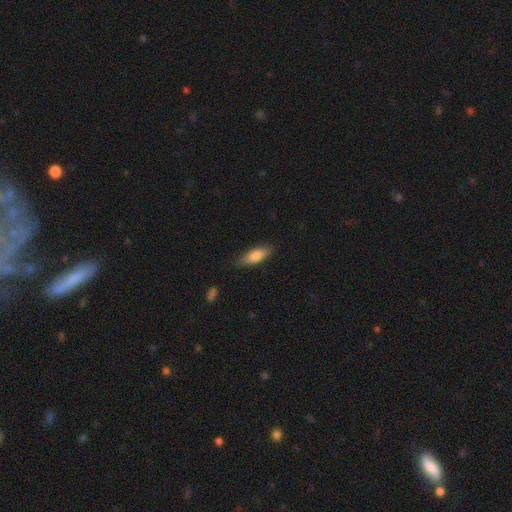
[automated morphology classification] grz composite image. It shows a smooth galaxy with no disk features (82%) that is in between round and cigar-shaped (67%). Merging: none (82%).